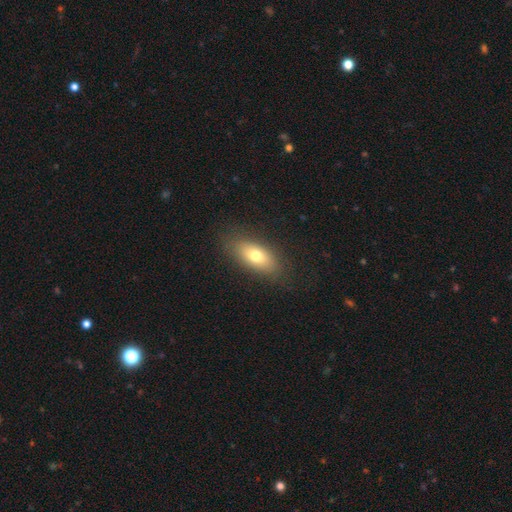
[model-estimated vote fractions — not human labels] Smooth or featured? Predicted: smooth (p=0.72). How rounded? Predicted: in between (p=0.82). Merging? Predicted: none (p=0.84).